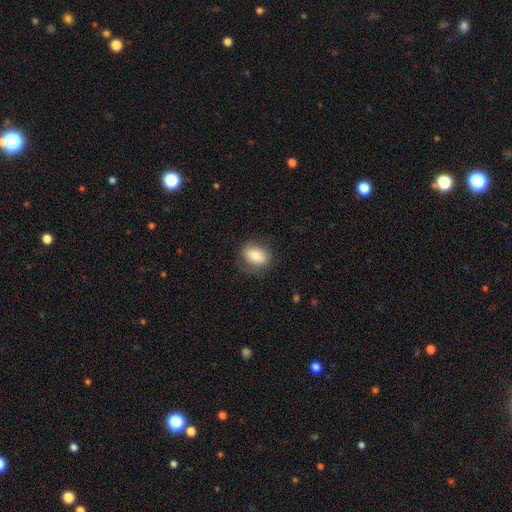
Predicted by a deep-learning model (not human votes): Overall: smooth (75%). How rounded: in between (68%; round 31%). Merging: none (76%).